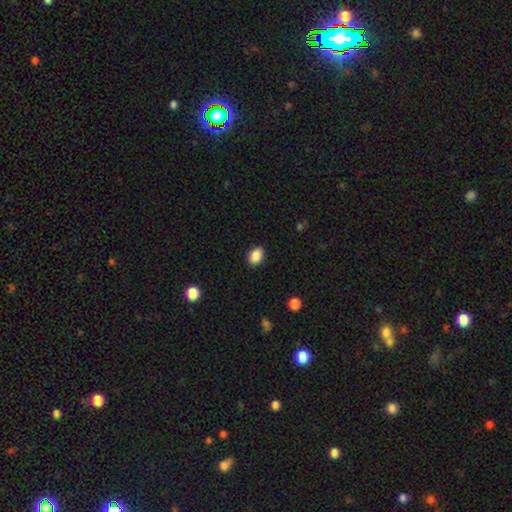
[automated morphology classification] Smooth or featured?
  - smooth: 89% *
  - star or artifact: 8%
  - featured or disk: 3%
How rounded?
  - in between: 81% *
  - round: 18%
  - cigar-shaped: 1%
Merging?
  - none: 88% *
  - minor disturbance: 9%
  - major disturbance: 2%
  - merger: 1%